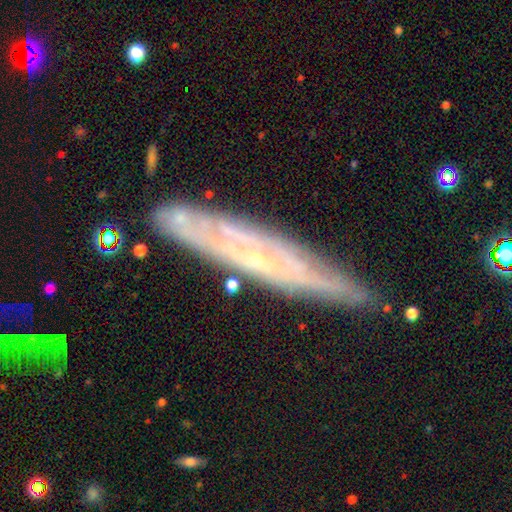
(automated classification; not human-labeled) Morphology: type=featured or disk (77%); edge-on=yes (64%); merging=none (79%).